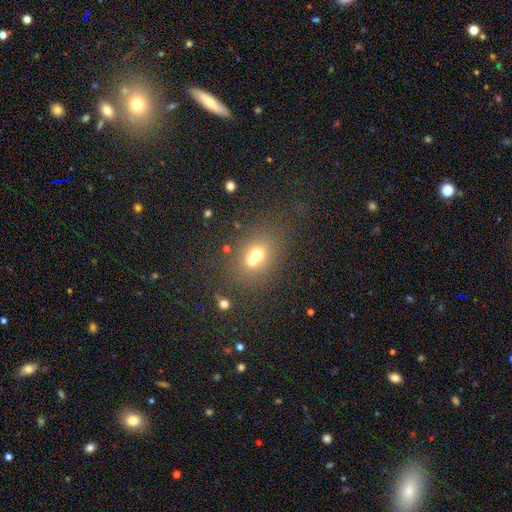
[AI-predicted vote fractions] A smooth galaxy with no disk features (61%) that is round (65%). Merging: merger (53%).